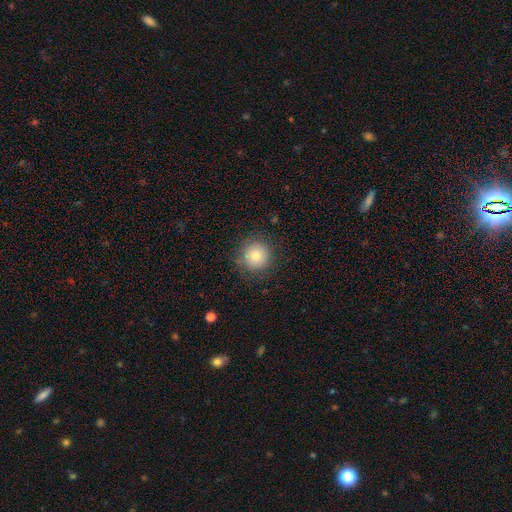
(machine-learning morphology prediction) The model was most divided on "smooth or featured": smooth: 76%, featured or disk: 13%, star or artifact: 11%. More confident: how rounded — round (94%); merging — none (84%).